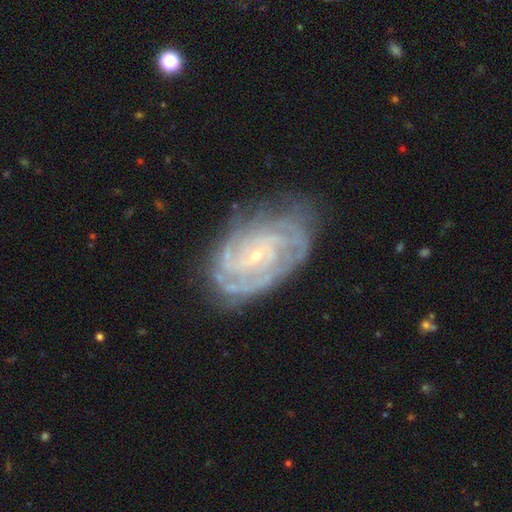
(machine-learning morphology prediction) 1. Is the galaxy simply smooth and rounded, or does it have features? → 87% featured or disk, 7% smooth, 6% star or artifact.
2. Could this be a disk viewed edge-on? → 96% no, 4% yes.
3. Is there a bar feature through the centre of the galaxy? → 63% no, 28% weak, 8% strong.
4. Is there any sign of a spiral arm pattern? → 97% yes, 3% no.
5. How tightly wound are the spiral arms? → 74% tight, 23% medium, 4% loose.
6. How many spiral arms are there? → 27% can't tell, 20% 4, 19% 3, 18% 2, 9% more than 4, 7% 1.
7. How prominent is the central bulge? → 84% small, 12% moderate, 2% none, 1% large, 1% dominant.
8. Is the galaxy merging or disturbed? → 73% none, 19% minor disturbance, 6% major disturbance, 2% merger.